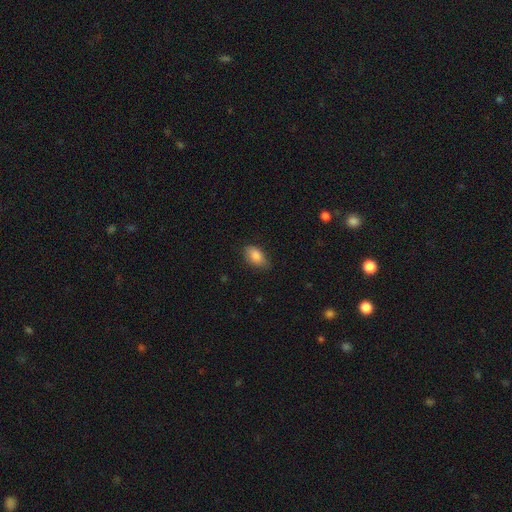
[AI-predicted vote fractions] Overall: smooth (86%). How rounded: in between (91%). Merging: none (77%).